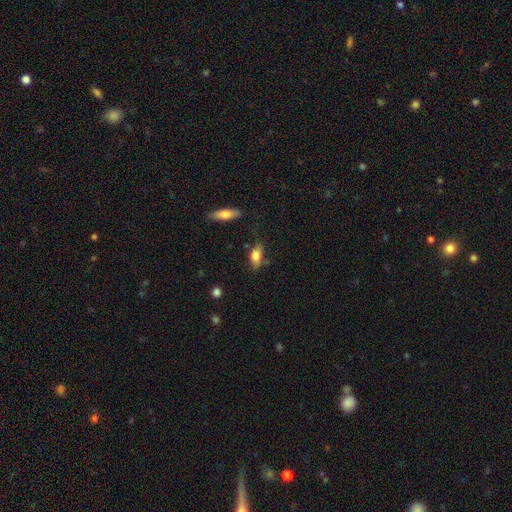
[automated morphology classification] Smooth or featured? Predicted: smooth (p=0.72). How rounded? Predicted: in between (p=0.78). Merging? Predicted: none (p=0.61).